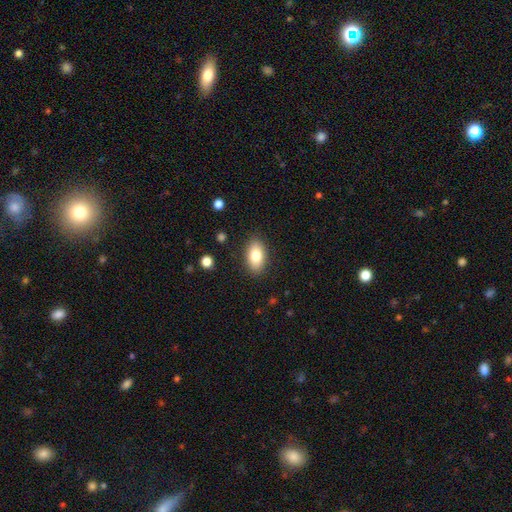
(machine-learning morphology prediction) This is clearly a smooth galaxy (81%). How rounded: clearly in between (92%). Merging: clearly none (87%).